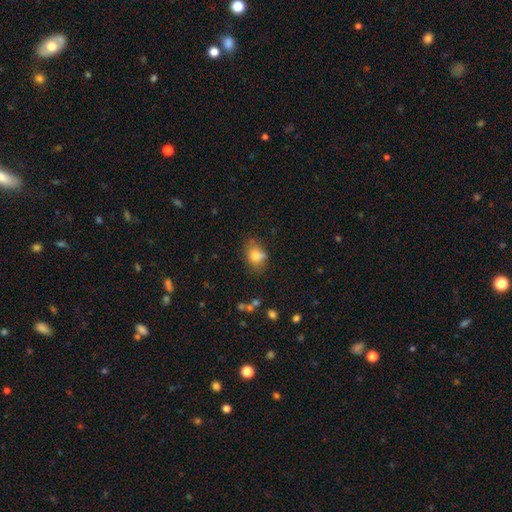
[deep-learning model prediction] Smooth or featured: smooth — 77% (featured or disk — 13%)
How rounded: in between — 61% (round — 37%)
Merging: none — 53% (minor disturbance — 28%)